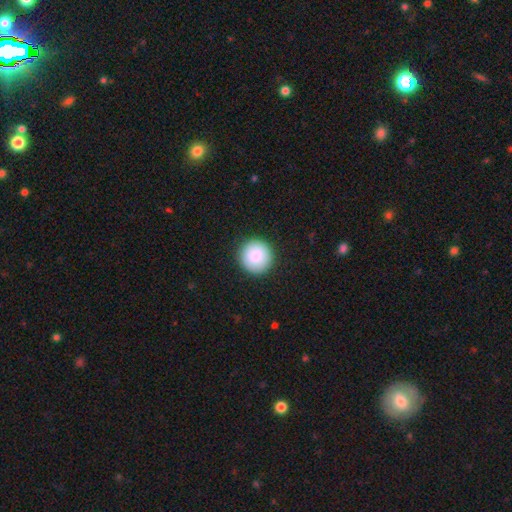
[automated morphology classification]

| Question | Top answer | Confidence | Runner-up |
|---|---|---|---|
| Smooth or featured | smooth | 88% | star or artifact (7%) |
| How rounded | round | 96% | in between (3%) |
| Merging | none | 92% | minor disturbance (5%) |